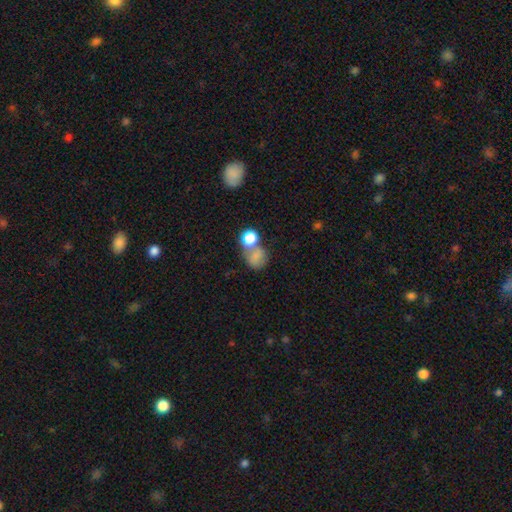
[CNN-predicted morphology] This is likely a smooth galaxy (74%). How rounded: likely round (67%). Merging: possibly merger (46%).